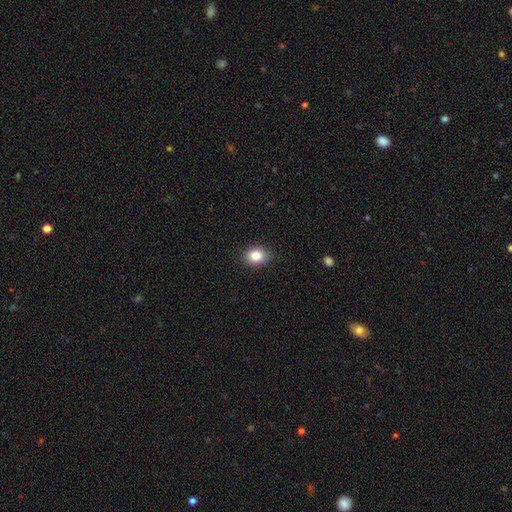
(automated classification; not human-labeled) Smooth or featured? smooth (85%)
How rounded? in between (55%)
Merging? none (89%)